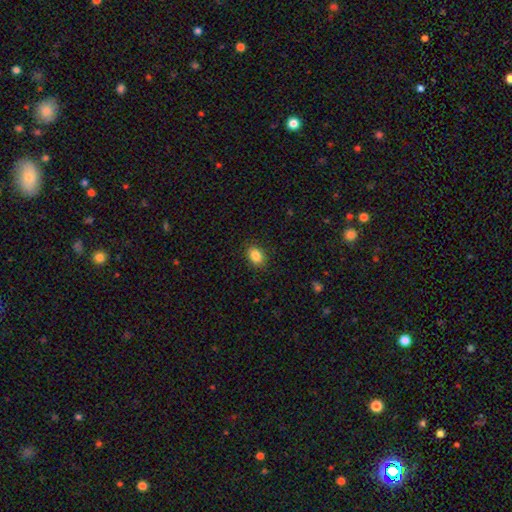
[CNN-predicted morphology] Smooth or featured?
  - smooth: 86% *
  - star or artifact: 9%
  - featured or disk: 5%
How rounded?
  - in between: 73% *
  - round: 25%
  - cigar-shaped: 1%
Merging?
  - none: 89% *
  - minor disturbance: 8%
  - major disturbance: 2%
  - merger: 1%